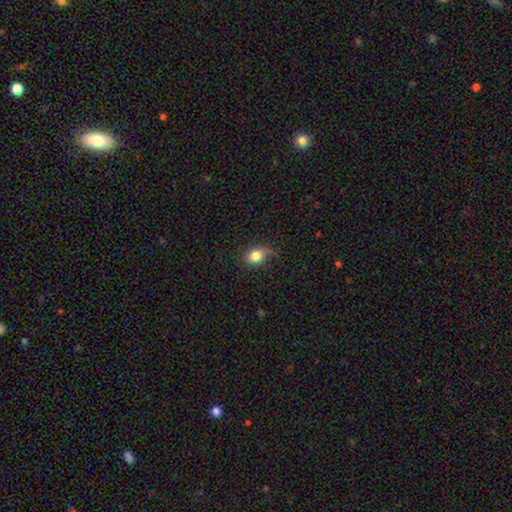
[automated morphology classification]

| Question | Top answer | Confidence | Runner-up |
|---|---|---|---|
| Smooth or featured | smooth | 81% | star or artifact (10%) |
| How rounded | in between | 62% | round (36%) |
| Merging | none | 66% | minor disturbance (25%) |